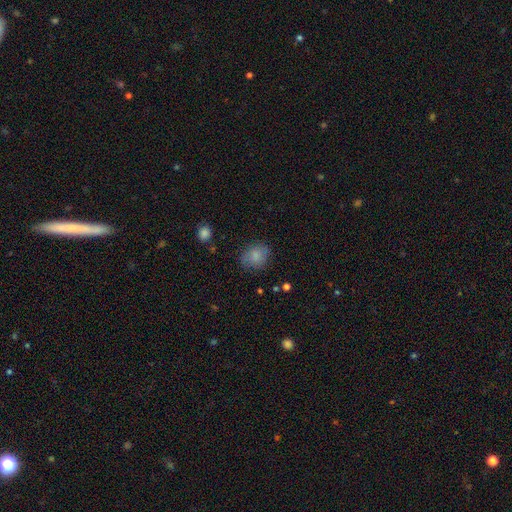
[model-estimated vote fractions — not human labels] A smooth galaxy with no disk features (79%) that is in between round and cigar-shaped (53%). Merging: none (74%).